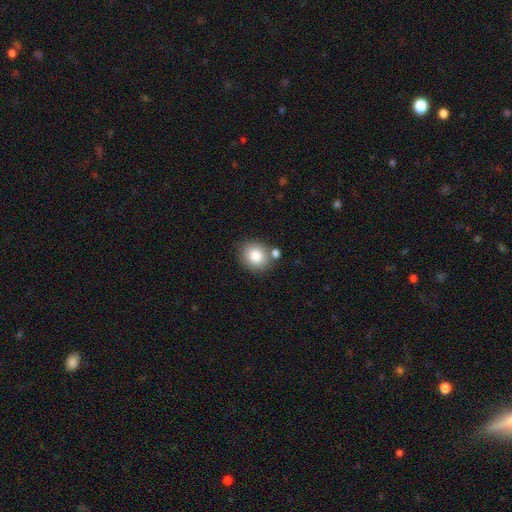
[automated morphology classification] The model was most divided on "how rounded": round: 73%, in between: 26%, cigar-shaped: 1%. More confident: smooth or featured — smooth (82%); merging — none (71%).